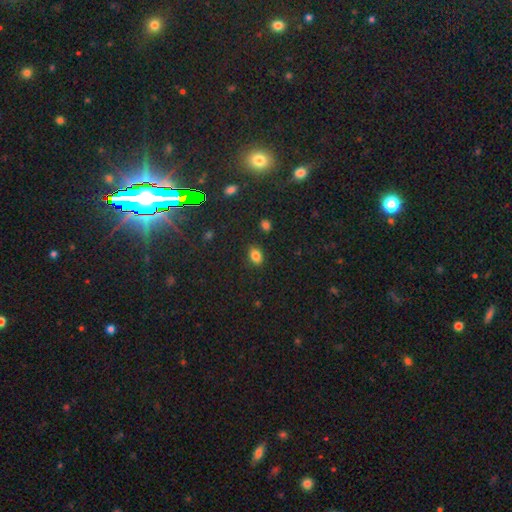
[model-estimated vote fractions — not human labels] Q: Smooth or featured?
A: smooth (82%); runner-up: star or artifact (12%)
Q: How rounded?
A: in between (81%); runner-up: round (17%)
Q: Merging?
A: none (84%); runner-up: minor disturbance (11%)